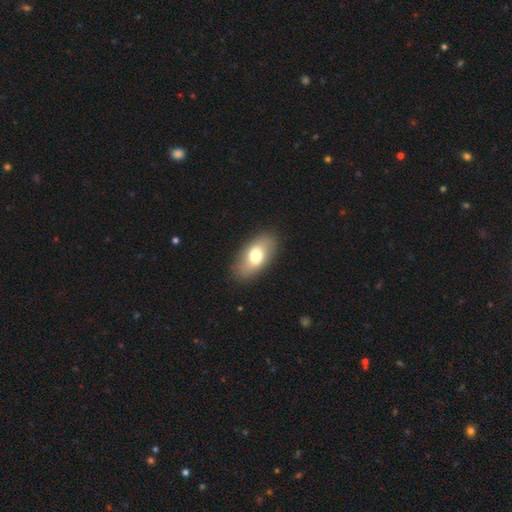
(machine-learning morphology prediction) Overall: smooth (68%). How rounded: in between (91%). Merging: none (86%).